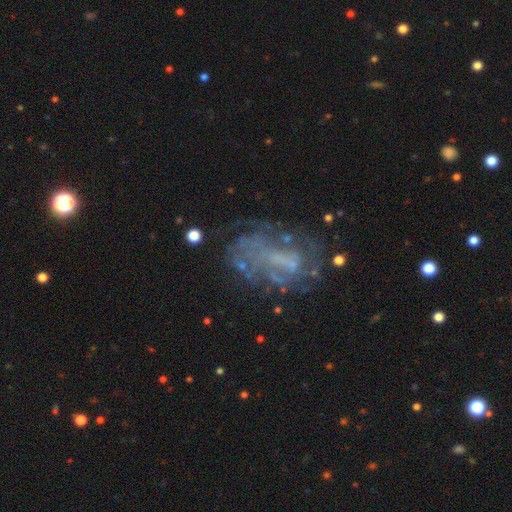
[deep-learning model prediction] smooth-or-featured: featured or disk: 67% | smooth: 18% | star or artifact: 15%
  disk-edge-on: no: 97% | yes: 3%
    bar: no: 68% | weak: 24% | strong: 8%
    has-spiral-arms: no: 61% | yes: 39%
    bulge-size: none: 65% | small: 20% | moderate: 12% | large: 2% | dominant: 1%
  merging: none: 49% | major disturbance: 27% | minor disturbance: 20% | merger: 5%